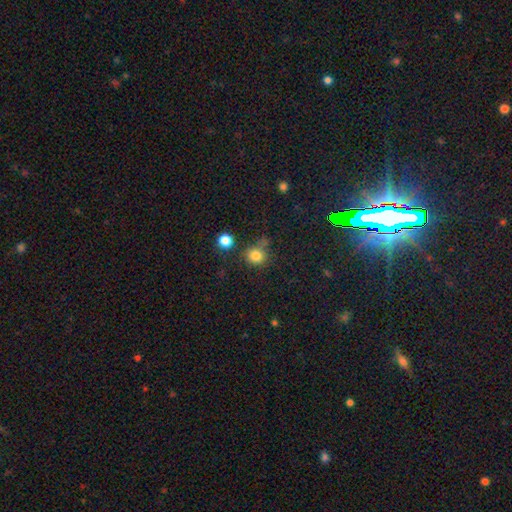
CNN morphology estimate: A smooth galaxy with no disk features (81%) that is round (85%).

Vote fractions:
- Smooth or featured? smooth: 81% / star or artifact: 13% / featured or disk: 6%
- How rounded? round: 85% / in between: 14% / cigar-shaped: 1%
- Merging? none: 67% / minor disturbance: 16% / merger: 10% / major disturbance: 6%